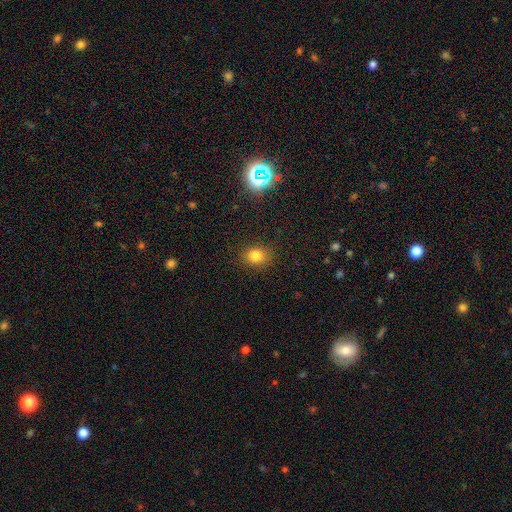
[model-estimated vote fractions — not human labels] smooth-or-featured: smooth: 79% | star or artifact: 15% | featured or disk: 6%
  how-rounded: round: 55% | in between: 44% | cigar-shaped: 1%
  merging: none: 86% | minor disturbance: 10% | major disturbance: 3% | merger: 1%